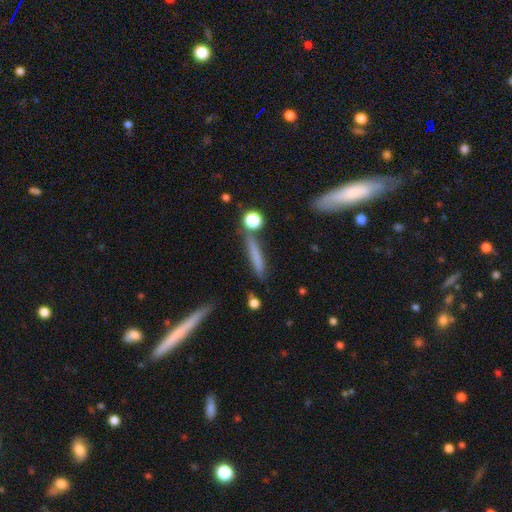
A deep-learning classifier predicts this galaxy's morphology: This appears to be a smooth galaxy with no disk features (65%) that is cigar-shaped (91%). Merging: none (74%).